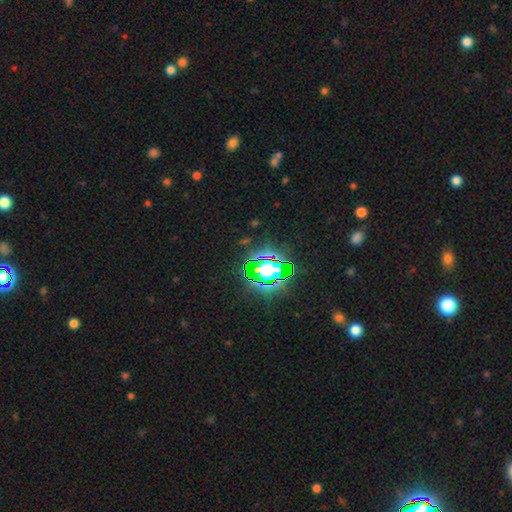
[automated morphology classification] Q: Smooth or featured?
A: star or artifact (78%); runner-up: smooth (13%)